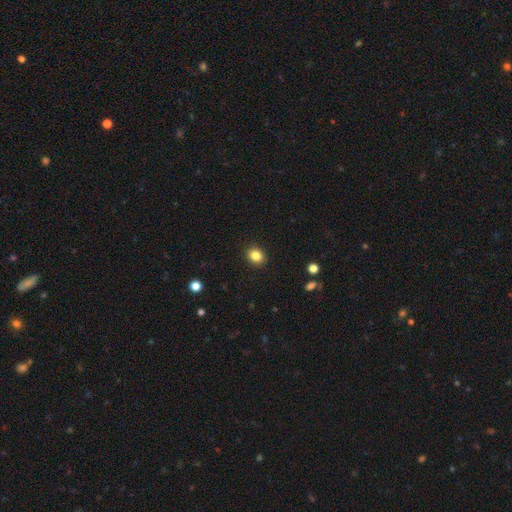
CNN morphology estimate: This appears to be a smooth galaxy with no disk features (85%) that is in between round and cigar-shaped (50%). Merging: none (90%).